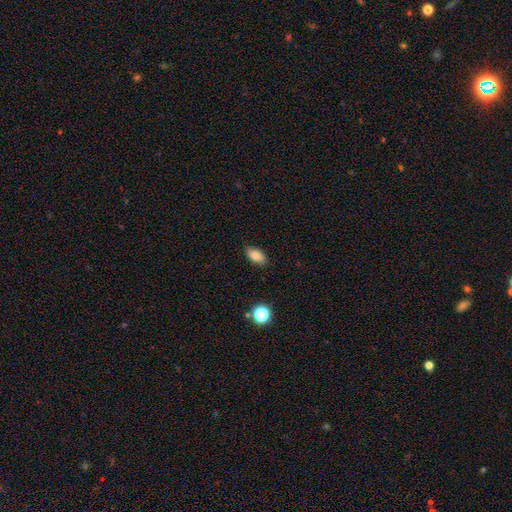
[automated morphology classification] smooth_or_featured: smooth (p=0.84) [alt: star or artifact p=0.09]
how_rounded: in between (p=0.90) [alt: round p=0.06]
merging: none (p=0.86) [alt: minor disturbance p=0.11]